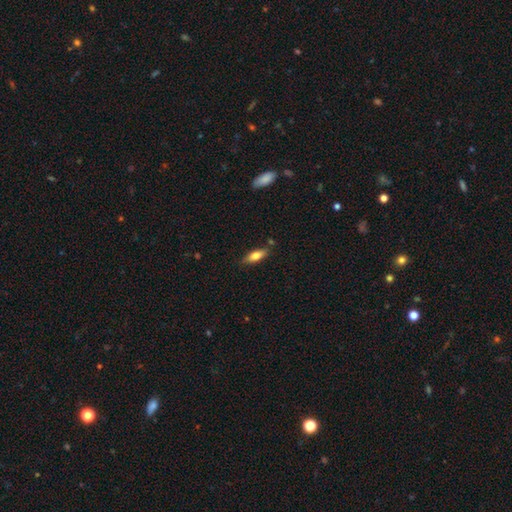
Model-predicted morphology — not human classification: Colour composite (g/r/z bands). It shows a smooth galaxy with no disk features (71%) that is in between round and cigar-shaped (65%). Merging: none (79%).